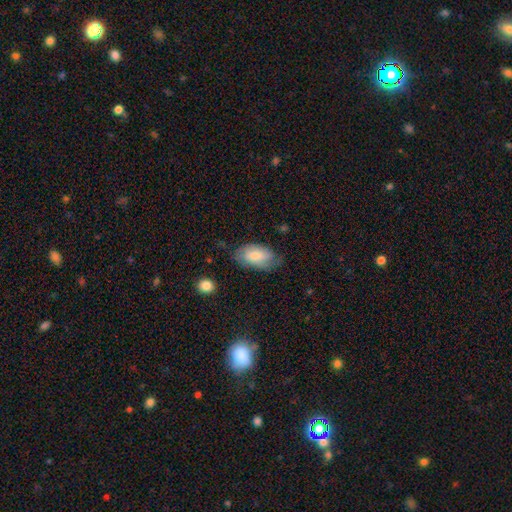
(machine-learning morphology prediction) Q: Smooth or featured?
A: smooth (64%); runner-up: featured or disk (29%)
Q: How rounded?
A: in between (93%); runner-up: round (4%)
Q: Merging?
A: none (63%); runner-up: minor disturbance (26%)